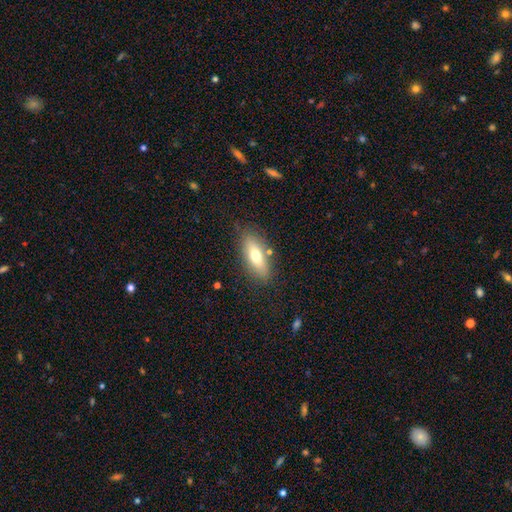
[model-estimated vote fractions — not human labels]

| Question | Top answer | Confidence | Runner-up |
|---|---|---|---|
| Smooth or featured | smooth | 67% | featured or disk (26%) |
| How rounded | in between | 70% | cigar-shaped (27%) |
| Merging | none | 79% | minor disturbance (14%) |